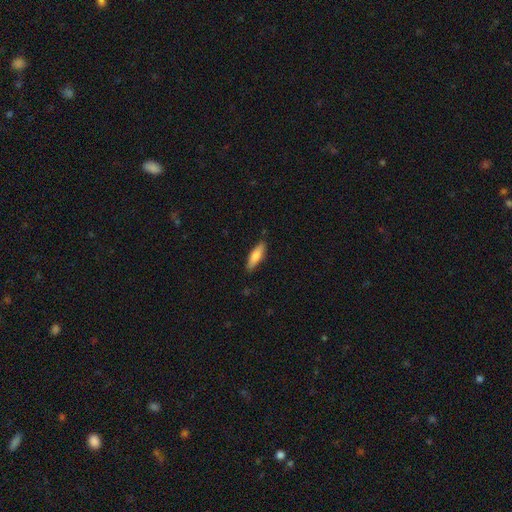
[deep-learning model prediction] Q: Smooth or featured?
A: smooth (71%); runner-up: featured or disk (23%)
Q: How rounded?
A: cigar-shaped (54%); runner-up: in between (44%)
Q: Merging?
A: none (86%); runner-up: minor disturbance (11%)